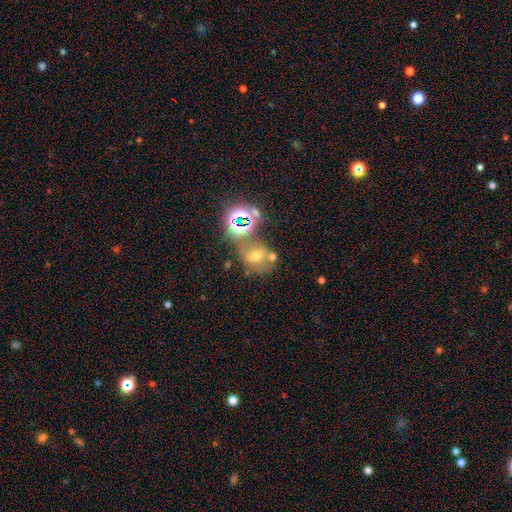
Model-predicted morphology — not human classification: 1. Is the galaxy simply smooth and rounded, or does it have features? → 42% smooth, 33% star or artifact, 25% featured or disk.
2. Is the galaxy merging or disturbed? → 46% none, 28% merger, 15% minor disturbance, 11% major disturbance.